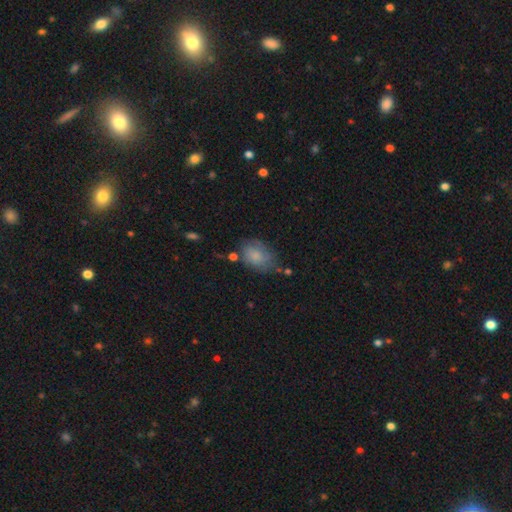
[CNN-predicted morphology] This is likely a smooth galaxy (71%). How rounded: likely in between (74%). Merging: possibly none (53%).